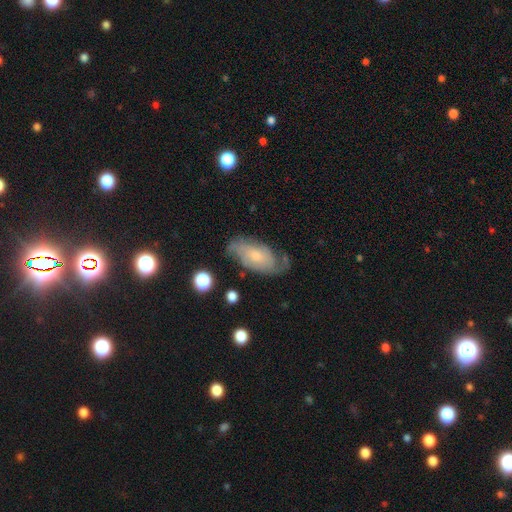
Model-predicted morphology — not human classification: Overall: featured or disk (68%). Edge-on disk: no (93%). Bar: no (72%). Spiral arms: yes (90%). Spiral arm count: 2 (59%; can't tell 25%). Spiral winding: tight (44%; medium 39%). Bulge size: small (60%; moderate 32%). Merging: none (65%).